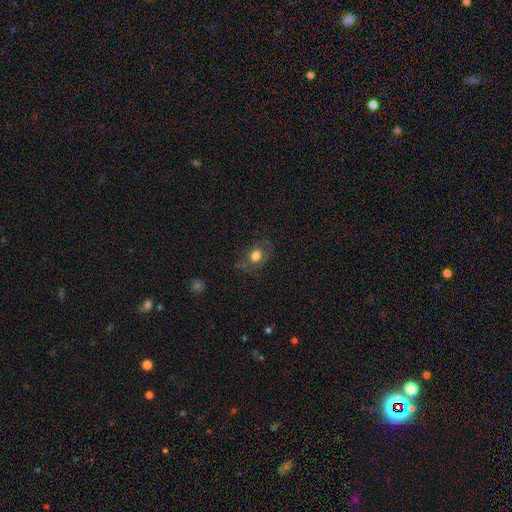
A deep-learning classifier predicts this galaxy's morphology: smooth_or_featured: smooth (p=0.73) [alt: featured or disk p=0.15]
how_rounded: round (p=0.50) [alt: in between p=0.49]
merging: none (p=0.66) [alt: minor disturbance p=0.21]